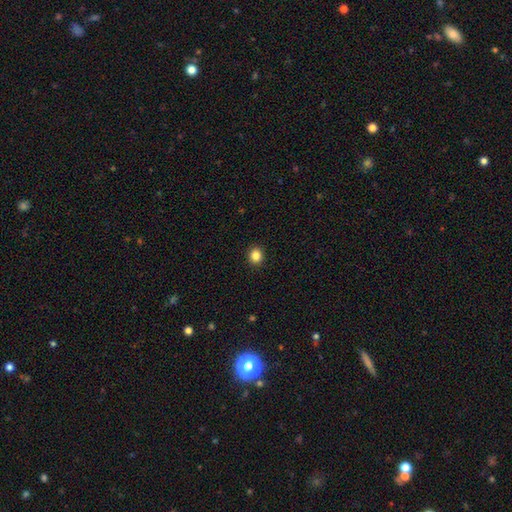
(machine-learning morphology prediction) This is clearly a smooth galaxy (85%). How rounded: clearly round (81%). Merging: clearly none (93%).